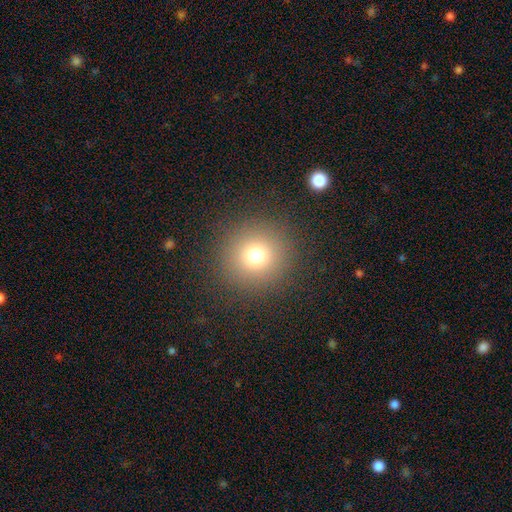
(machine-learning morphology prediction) This appears to be a smooth galaxy with no disk features (73%) that is round (95%). Merging: none (90%).